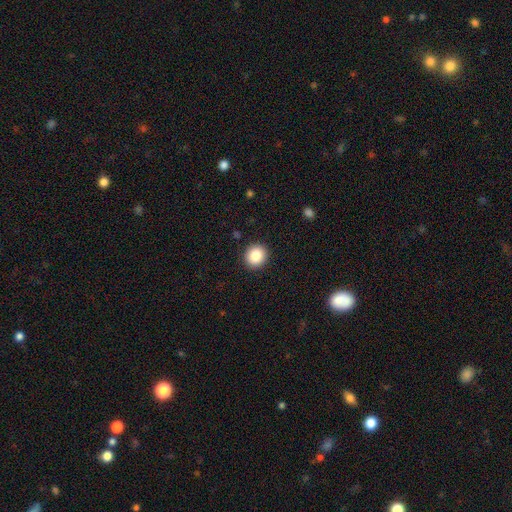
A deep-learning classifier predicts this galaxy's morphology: type=smooth (87%); roundness=round (84%); merging=none (91%).